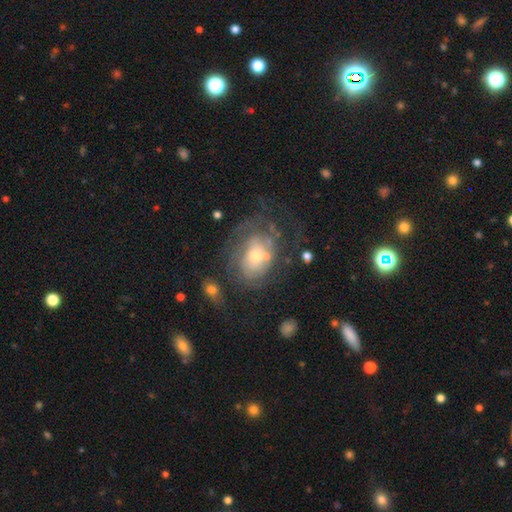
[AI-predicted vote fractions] featured or disk 68%, smooth 24%, star or artifact 9%. Down the decision tree: edge-on disk — no (96%); bar — no (80%); spiral arms — yes (67%); bulge size — small (50%); merging — none (49%).